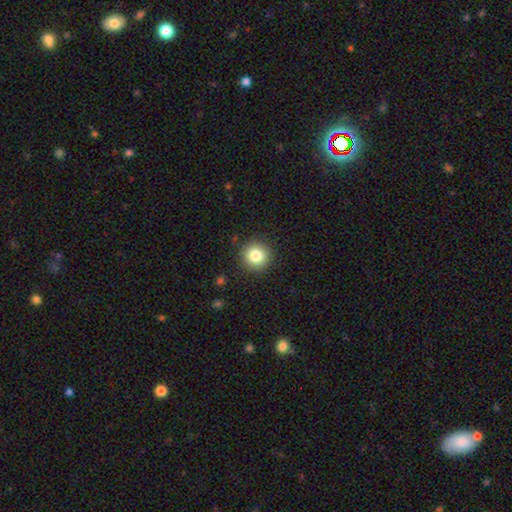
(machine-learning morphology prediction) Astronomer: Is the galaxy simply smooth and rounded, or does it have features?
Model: smooth — 82%.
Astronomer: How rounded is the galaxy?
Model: round — 94%.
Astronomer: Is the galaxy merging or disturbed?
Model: none — 90%.